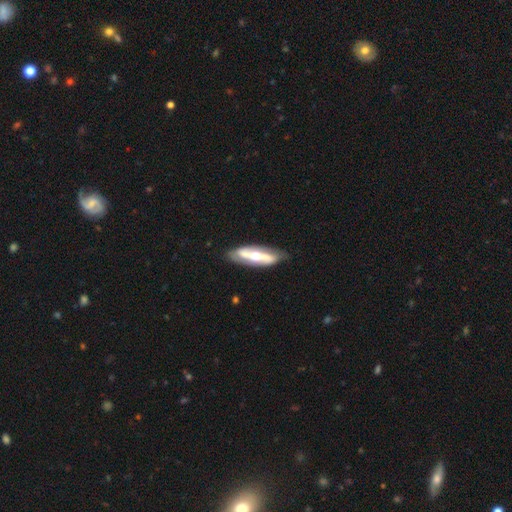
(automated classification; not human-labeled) Morphology: type=featured or disk (72%); edge-on=no (72%); bar=strong (58%); spiral arms=yes (69%); bulge=moderate (64%); merging=none (78%).